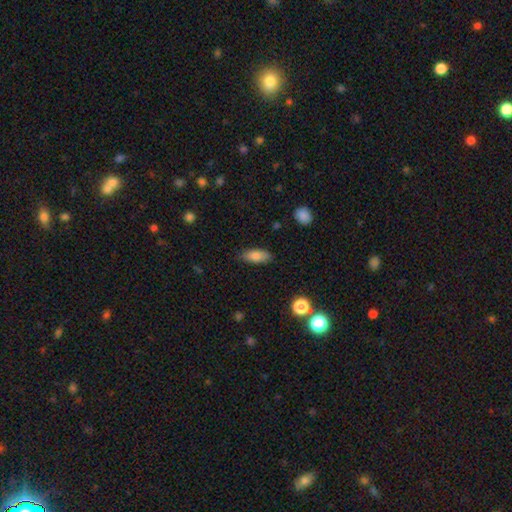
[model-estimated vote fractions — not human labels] This appears to be a smooth galaxy with no disk features (82%) that is in between round and cigar-shaped (80%). Merging: none (82%).